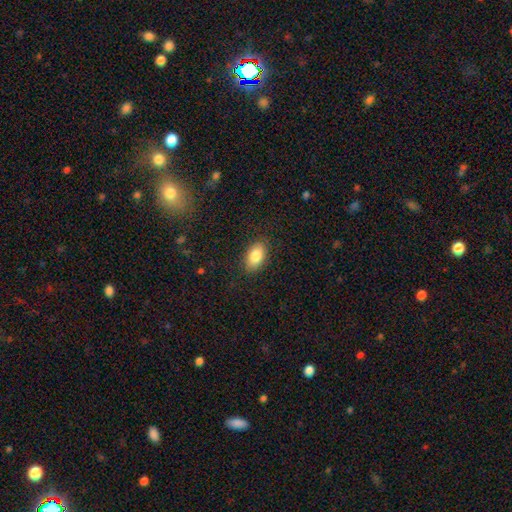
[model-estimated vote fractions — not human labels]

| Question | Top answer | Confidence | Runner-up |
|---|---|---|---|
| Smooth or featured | smooth | 85% | featured or disk (8%) |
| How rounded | in between | 93% | round (5%) |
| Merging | none | 87% | minor disturbance (10%) |